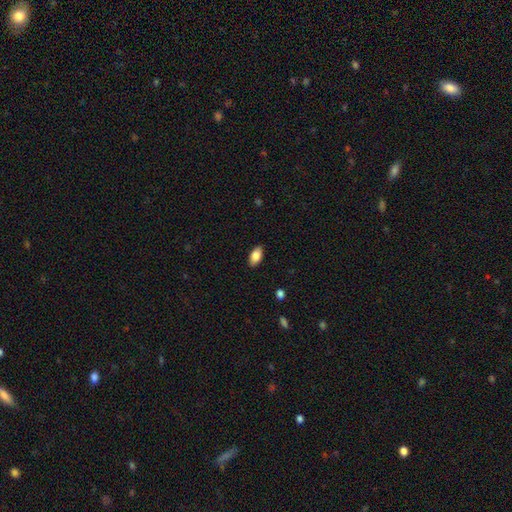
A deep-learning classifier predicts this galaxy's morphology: Smooth or featured?
  - smooth: 84% *
  - featured or disk: 9%
  - star or artifact: 7%
How rounded?
  - in between: 91% *
  - cigar-shaped: 5%
  - round: 3%
Merging?
  - none: 88% *
  - minor disturbance: 9%
  - major disturbance: 2%
  - merger: 1%